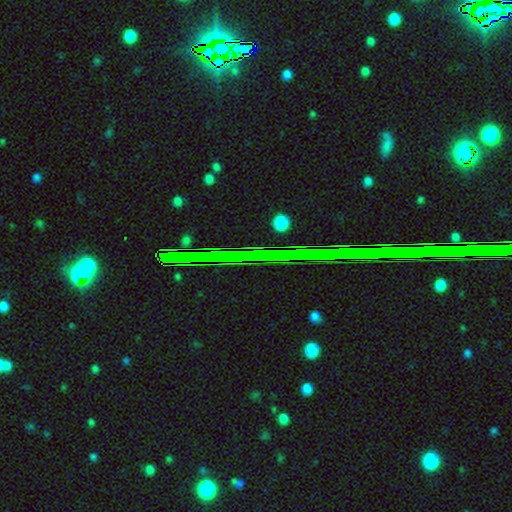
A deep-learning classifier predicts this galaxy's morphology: A star or artifact, not a galaxy (70%).

Vote fractions:
- Smooth or featured? star or artifact: 70% / featured or disk: 19% / smooth: 11%